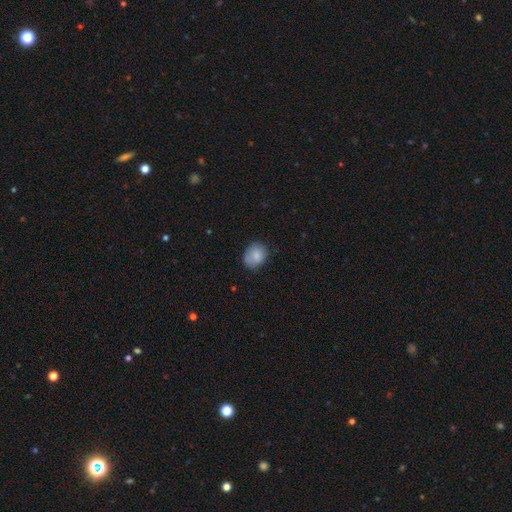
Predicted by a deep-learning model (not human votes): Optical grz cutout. It shows a smooth galaxy with no disk features (81%) that is in between round and cigar-shaped (50%). Merging: none (68%).